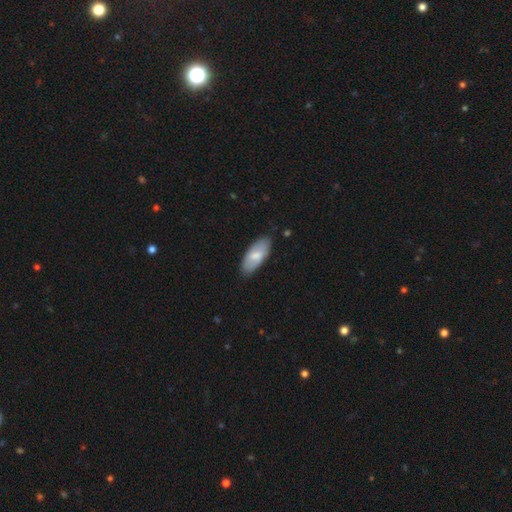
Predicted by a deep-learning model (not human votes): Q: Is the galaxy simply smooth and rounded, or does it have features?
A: smooth — 70%.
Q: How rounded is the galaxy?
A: in between — 87%.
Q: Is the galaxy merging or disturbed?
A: none — 83%.